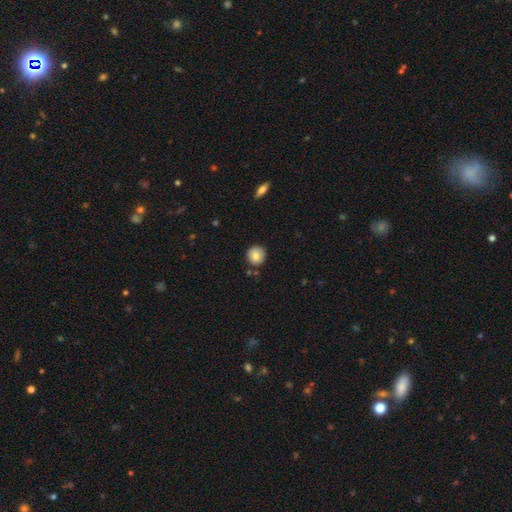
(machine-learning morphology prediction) type=smooth (77%); roundness=round (93%); merging=none (84%).